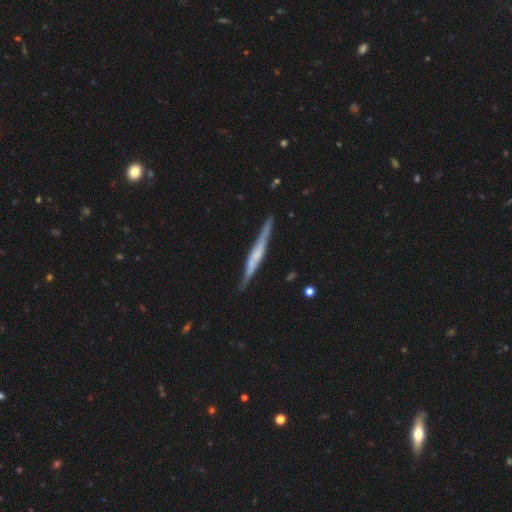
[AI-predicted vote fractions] smooth-or-featured: featured or disk: 71% | smooth: 24% | star or artifact: 5%
  disk-edge-on: yes: 97% | no: 3%
    edge-on-bulge: rounded: 43% | none: 35% | boxy: 21%
  merging: none: 85% | minor disturbance: 11% | major disturbance: 2% | merger: 2%